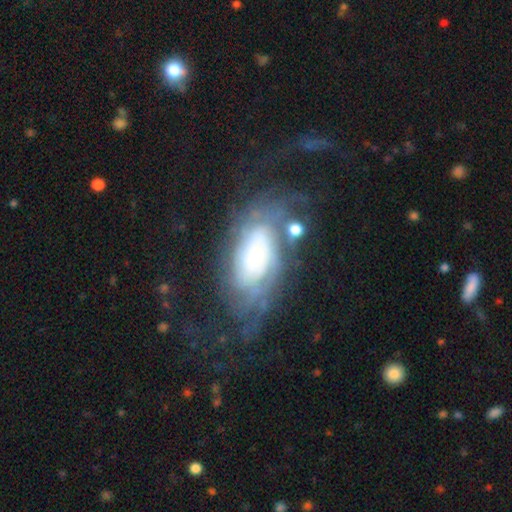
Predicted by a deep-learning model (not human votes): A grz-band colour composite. It shows a featured or disk galaxy (75%) with no bar (79%), tight (66%) spiral arms (84%) and a small central bulge (68%). Merging: none (52%).